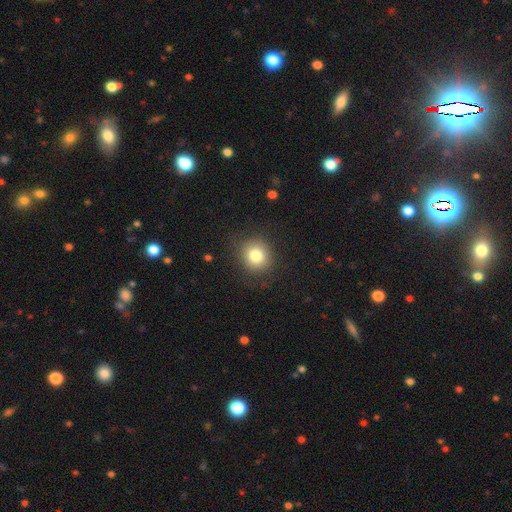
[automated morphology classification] A smooth galaxy with no disk features (81%) that is round (84%). Merging: none (86%).